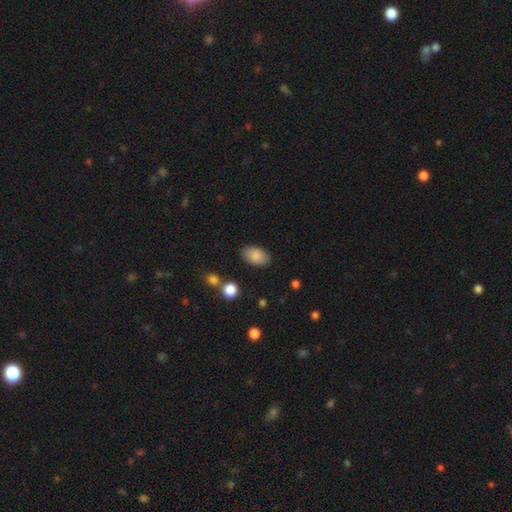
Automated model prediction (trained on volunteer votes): A smooth galaxy with no disk features (85%) that is in between round and cigar-shaped (92%).

Vote fractions:
- Smooth or featured? smooth: 85% / featured or disk: 8% / star or artifact: 7%
- How rounded? in between: 92% / round: 6% / cigar-shaped: 1%
- Merging? none: 84% / minor disturbance: 11% / major disturbance: 3% / merger: 2%